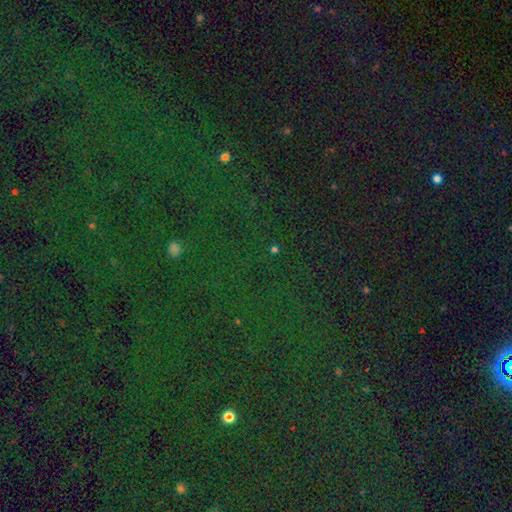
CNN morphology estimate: This is likely a star or artifact rather than a galaxy (79%).